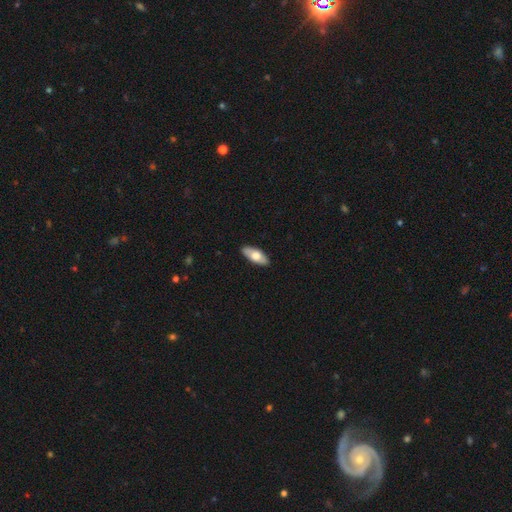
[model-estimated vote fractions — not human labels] smooth_or_featured: smooth (p=0.65) [alt: featured or disk p=0.30]
how_rounded: in between (p=0.80) [alt: cigar-shaped p=0.17]
merging: none (p=0.89) [alt: minor disturbance p=0.09]